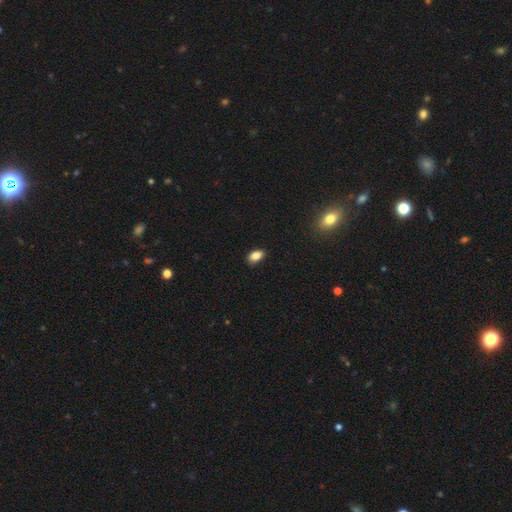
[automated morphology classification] Q: Smooth or featured?
A: smooth (86%); runner-up: star or artifact (9%)
Q: How rounded?
A: in between (88%); runner-up: round (10%)
Q: Merging?
A: none (85%); runner-up: minor disturbance (12%)